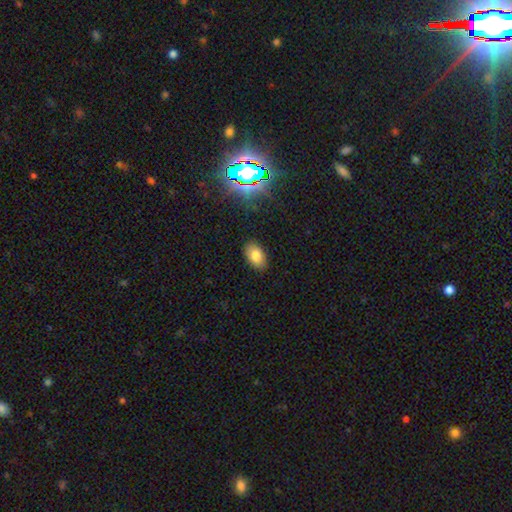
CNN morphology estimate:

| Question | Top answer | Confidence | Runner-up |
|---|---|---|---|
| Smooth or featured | smooth | 80% | star or artifact (11%) |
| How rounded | in between | 91% | round (7%) |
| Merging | none | 88% | minor disturbance (9%) |